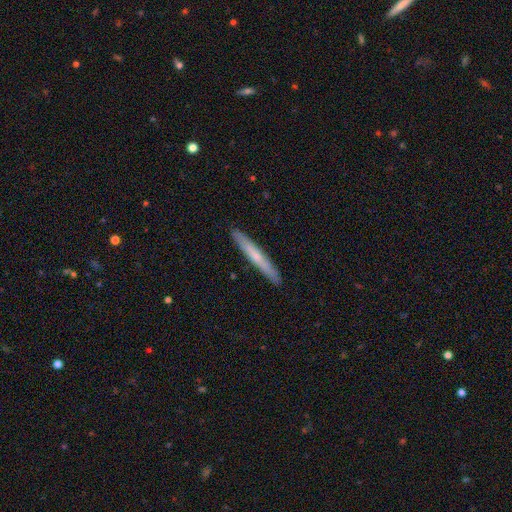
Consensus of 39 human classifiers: Smooth or featured? smooth (59%)
How rounded? cigar-shaped (100%)
Merging? none (97%)